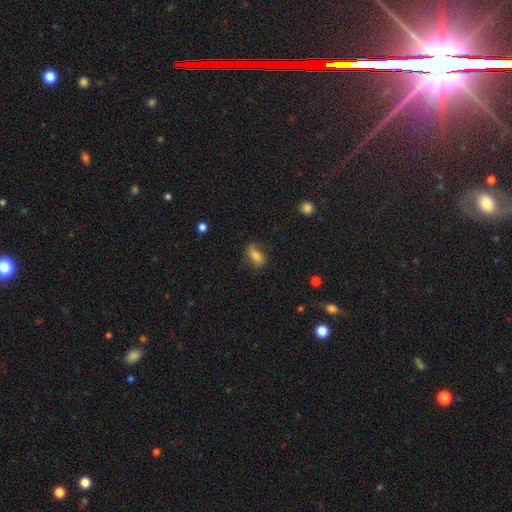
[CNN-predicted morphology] A smooth galaxy with no disk features (64%) that is in between round and cigar-shaped (78%).

Vote fractions:
- Smooth or featured? smooth: 64% / featured or disk: 26% / star or artifact: 9%
- How rounded? in between: 78% / cigar-shaped: 15% / round: 7%
- Merging? none: 64% / minor disturbance: 24% / major disturbance: 10% / merger: 2%